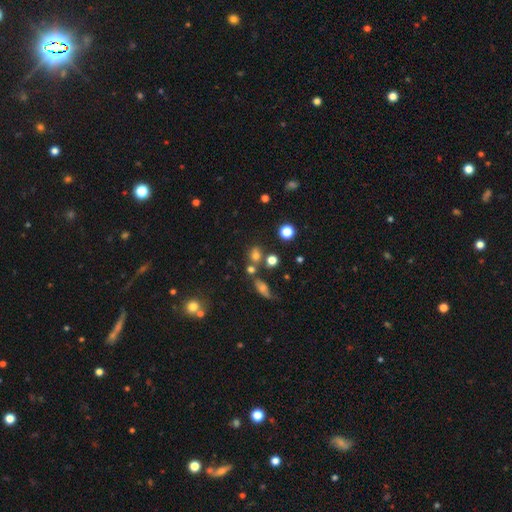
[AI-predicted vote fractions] smooth 69%, star or artifact 21%, featured or disk 10%. Down the decision tree: how rounded — round (59%); merging — none (59%).